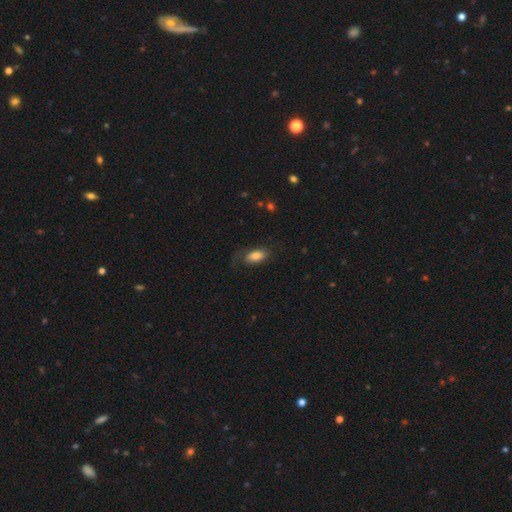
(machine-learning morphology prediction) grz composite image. It shows a smooth galaxy with no disk features (75%) that is in between round and cigar-shaped (89%). Merging: none (59%).